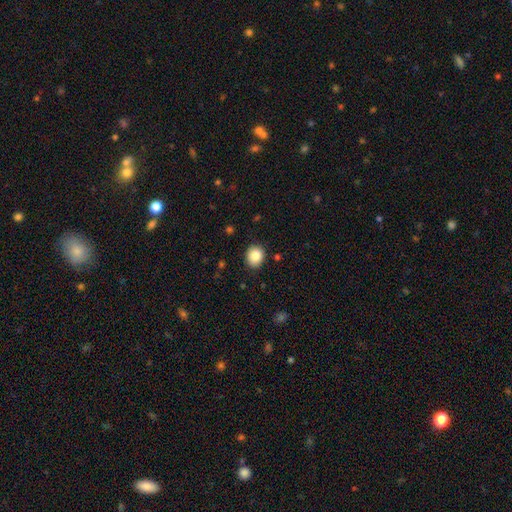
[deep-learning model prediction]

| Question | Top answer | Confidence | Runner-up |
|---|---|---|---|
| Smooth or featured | smooth | 87% | star or artifact (9%) |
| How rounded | round | 71% | in between (28%) |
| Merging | none | 87% | minor disturbance (9%) |